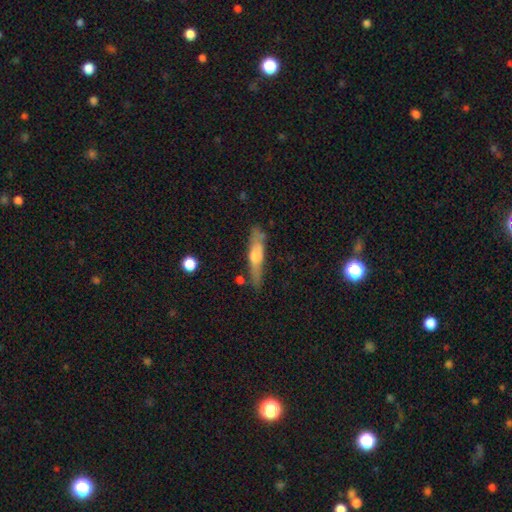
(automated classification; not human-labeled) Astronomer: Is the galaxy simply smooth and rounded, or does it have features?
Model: featured or disk — 54% (runner-up: smooth, 39%).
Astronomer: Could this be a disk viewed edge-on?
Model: yes — 84%.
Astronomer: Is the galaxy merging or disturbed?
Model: none — 75%.